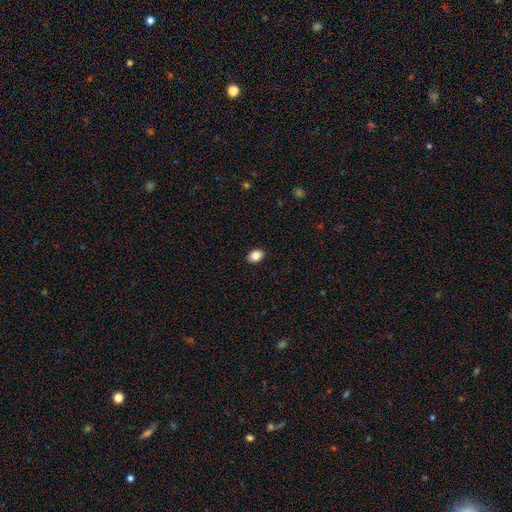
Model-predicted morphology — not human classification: A smooth galaxy with no disk features (86%) that is in between round and cigar-shaped (74%).

Vote fractions:
- Smooth or featured? smooth: 86% / star or artifact: 9% / featured or disk: 6%
- How rounded? in between: 74% / round: 25% / cigar-shaped: 1%
- Merging? none: 90% / minor disturbance: 7% / major disturbance: 2% / merger: 1%